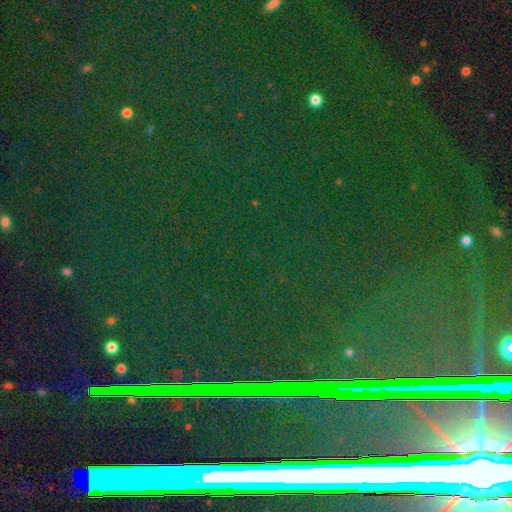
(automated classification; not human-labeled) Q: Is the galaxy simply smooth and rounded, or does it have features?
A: star or artifact — 81%.